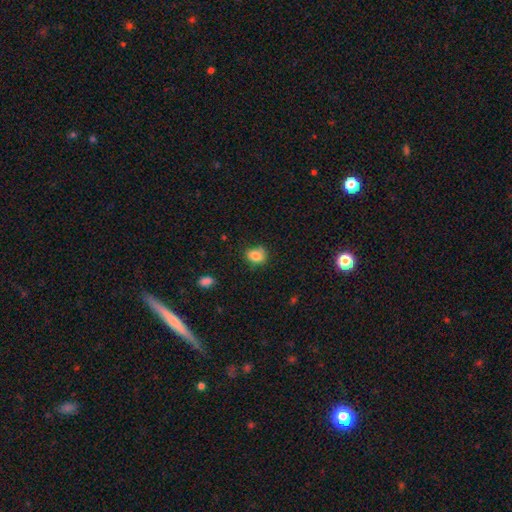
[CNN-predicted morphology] This is clearly a smooth galaxy (83%). How rounded: possibly in between (52%). Merging: likely none (68%).